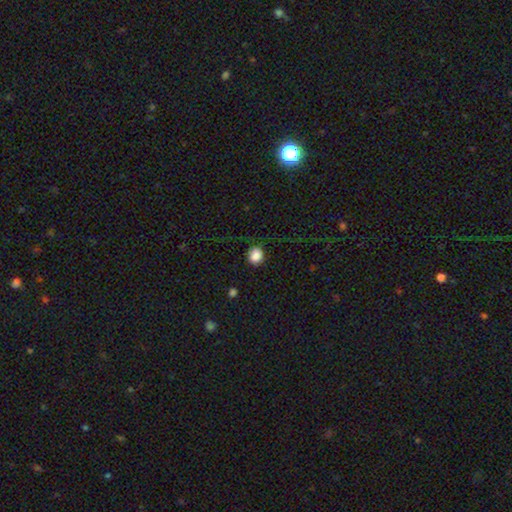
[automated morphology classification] The model was most divided on "how rounded": round: 78%, in between: 21%, cigar-shaped: 1%. More confident: smooth or featured — smooth (87%); merging — none (85%).